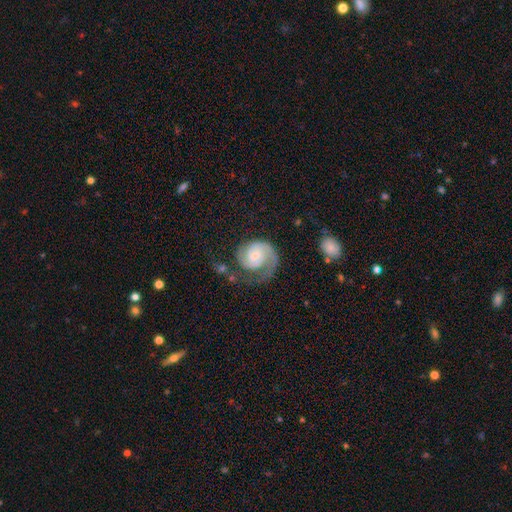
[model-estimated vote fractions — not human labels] This is clearly a featured or disk galaxy (81%). It is clearly not viewed edge-on (98%). Bar: likely no (62%). Spiral arm pattern: clearly yes (96%). Spiral arm count: possibly 2 (50%). Spiral winding: possibly tight (46%). Central bulge: possibly small (47%). Merging: possibly none (49%).